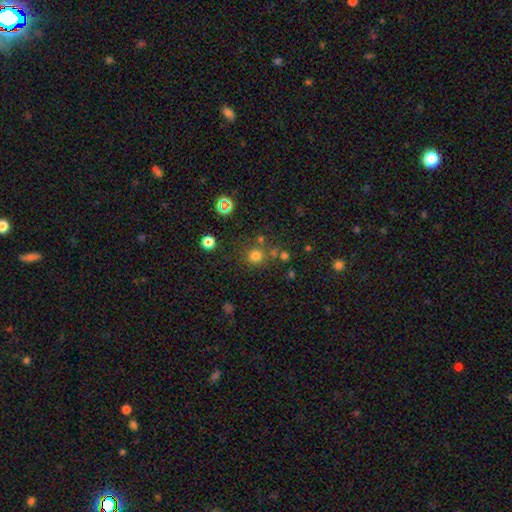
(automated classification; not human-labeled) Morphology: type=smooth (74%); roundness=round (91%); merging=none (75%).